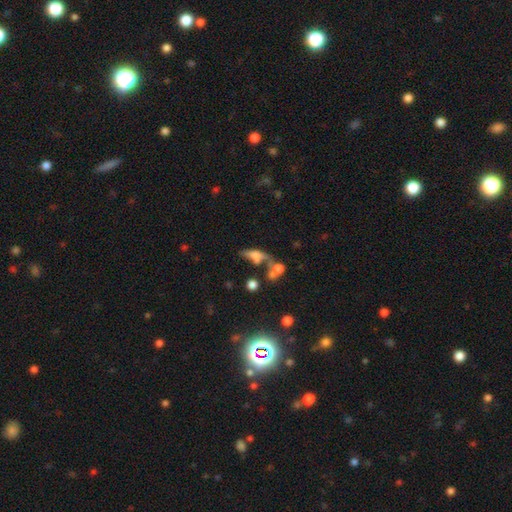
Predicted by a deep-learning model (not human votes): smooth 51%, featured or disk 35%, star or artifact 14%. Down the decision tree: how rounded — in between (55%); merging — merger (35%).